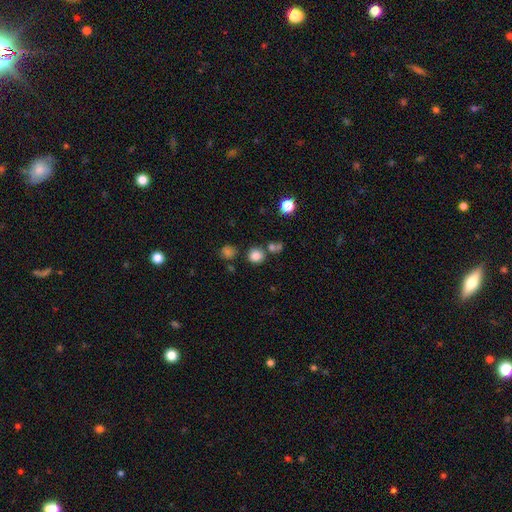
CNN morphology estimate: A smooth galaxy with no disk features (81%) that is round (90%).

Vote fractions:
- Smooth or featured? smooth: 81% / star or artifact: 14% / featured or disk: 5%
- How rounded? round: 90% / in between: 9% / cigar-shaped: 1%
- Merging? none: 75% / merger: 13% / minor disturbance: 8% / major disturbance: 3%